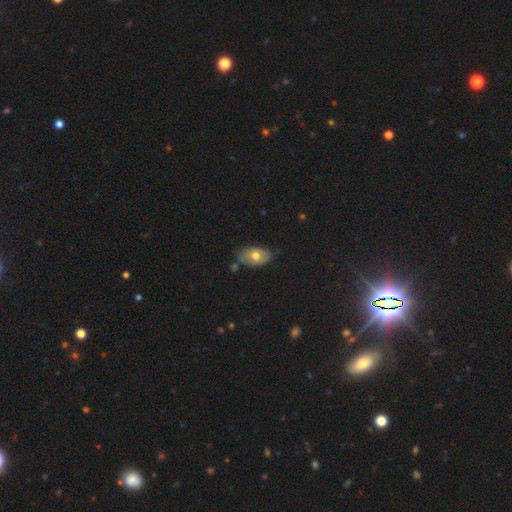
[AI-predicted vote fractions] smooth 68%, featured or disk 25%, star or artifact 8%. Down the decision tree: how rounded — in between (89%); merging — none (68%).